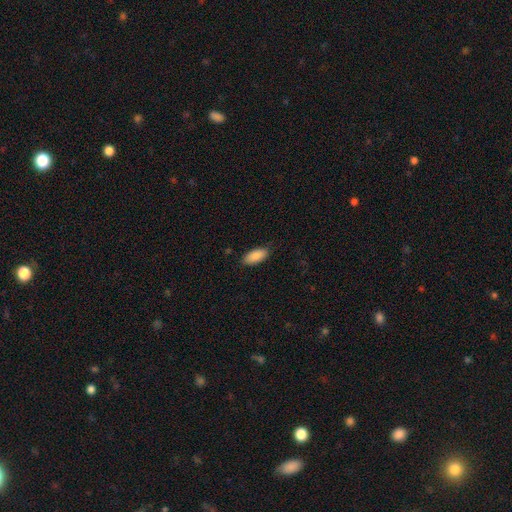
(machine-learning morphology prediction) Smooth or featured? Predicted: smooth (p=0.89). How rounded? Predicted: in between (p=0.89). Merging? Predicted: none (p=0.85).